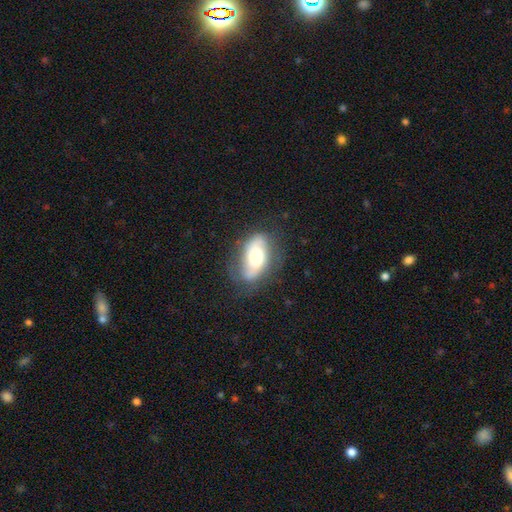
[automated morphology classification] Smooth or featured: featured or disk — 55% (smooth — 37%)
Edge-on disk: no — 92% (yes — 8%)
Bar: no — 59% (weak — 28%)
Spiral arms: yes — 83% (no — 17%)
Bulge size: moderate — 45% (large — 29%)
Merging: none — 66% (minor disturbance — 22%)